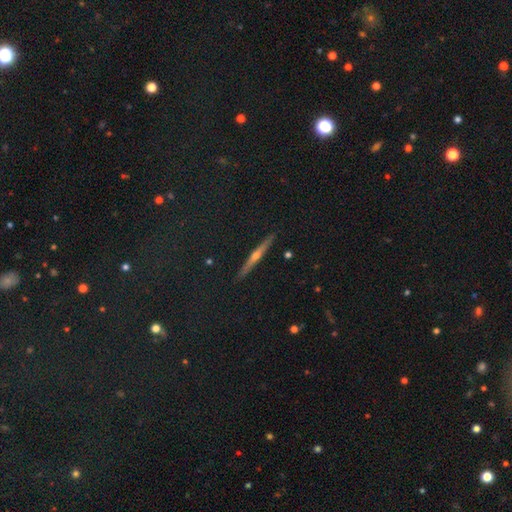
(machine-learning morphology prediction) This appears to be a featured or disk galaxy (70%) viewed edge-on (97%) with a rounded central bulge (89%). Merging: none (92%).